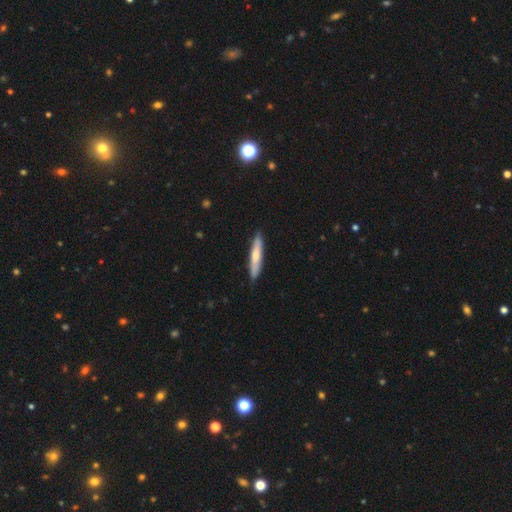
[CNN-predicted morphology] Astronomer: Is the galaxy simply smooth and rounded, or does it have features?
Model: smooth — 64%.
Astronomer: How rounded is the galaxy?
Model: cigar-shaped — 91%.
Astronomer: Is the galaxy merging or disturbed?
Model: none — 88%.